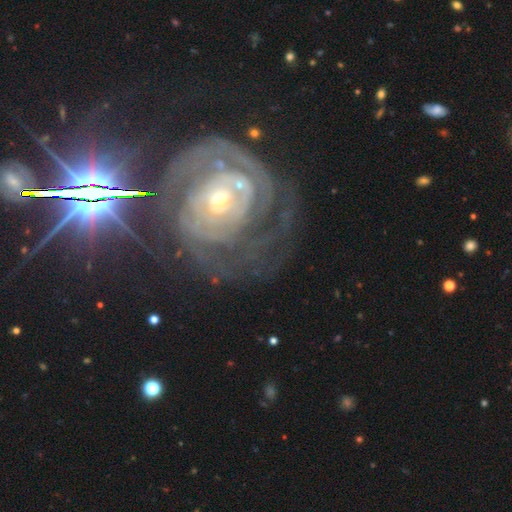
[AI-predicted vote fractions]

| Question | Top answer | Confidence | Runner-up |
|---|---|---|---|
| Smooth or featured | featured or disk | 81% | star or artifact (11%) |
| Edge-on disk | no | 96% | yes (4%) |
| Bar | no | 65% | weak (22%) |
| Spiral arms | yes | 87% | no (13%) |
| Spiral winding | tight | 74% | medium (19%) |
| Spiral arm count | can't tell | 42% | 2 (22%) |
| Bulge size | small | 71% | moderate (25%) |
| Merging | none | 59% | major disturbance (20%) |